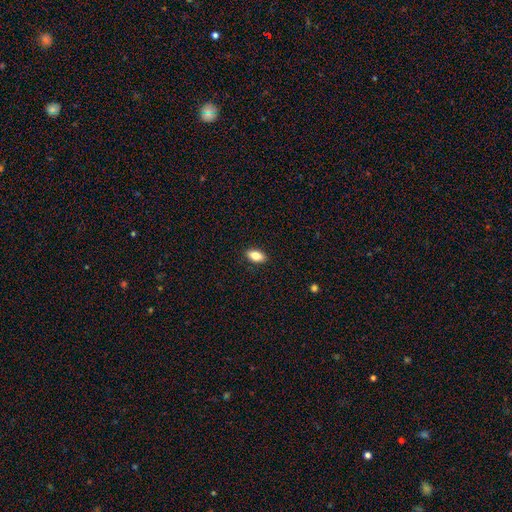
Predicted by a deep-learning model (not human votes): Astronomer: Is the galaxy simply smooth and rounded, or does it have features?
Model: smooth — 80%.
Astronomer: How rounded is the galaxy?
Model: in between — 89%.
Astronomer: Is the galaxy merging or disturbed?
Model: none — 90%.